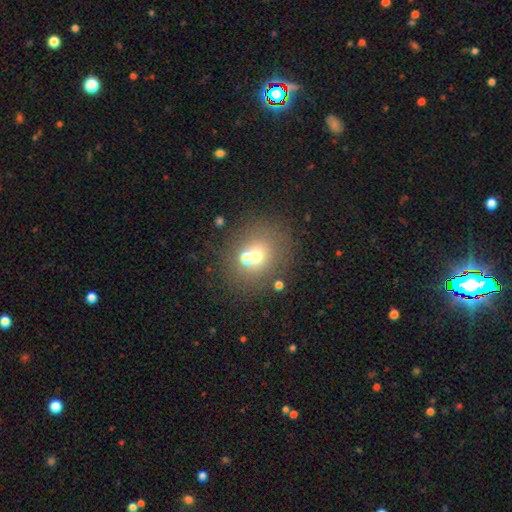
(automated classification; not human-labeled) The model was most divided on "merging": none: 56%, merger: 30%, minor disturbance: 9%, major disturbance: 5%. More confident: how rounded — round (81%); smooth or featured — smooth (61%).